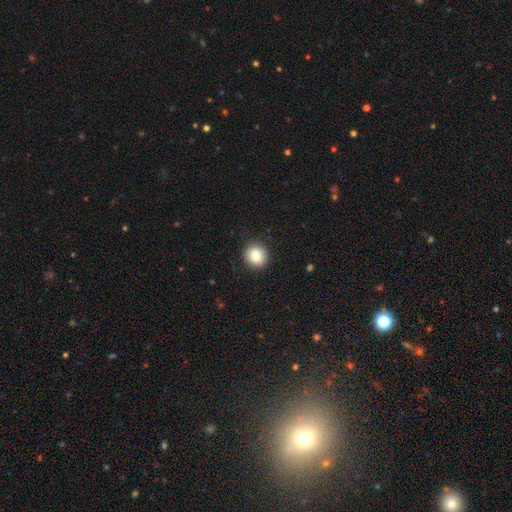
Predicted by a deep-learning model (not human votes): The model was most divided on "smooth or featured": smooth: 85%, star or artifact: 9%, featured or disk: 6%. More confident: merging — none (90%); how rounded — round (88%).